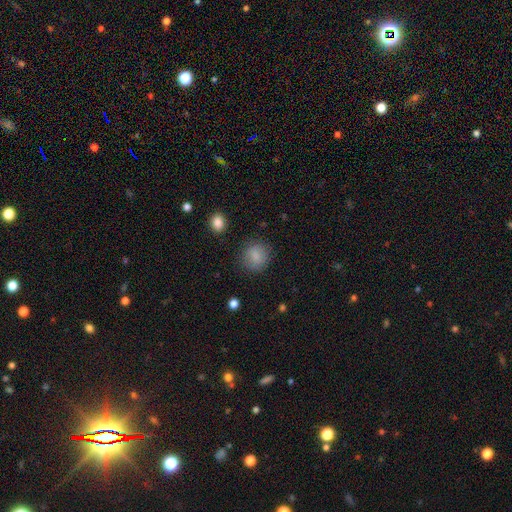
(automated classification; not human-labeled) Overall: smooth (83%). How rounded: round (81%). Merging: none (83%).